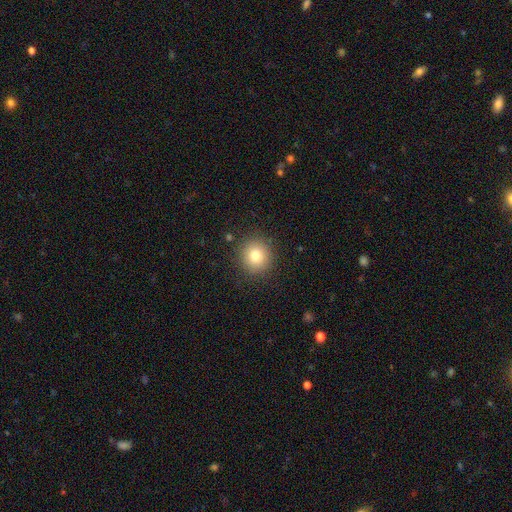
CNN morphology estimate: Smooth or featured?
  - smooth: 79% *
  - star or artifact: 12%
  - featured or disk: 9%
How rounded?
  - round: 92% *
  - in between: 7%
  - cigar-shaped: 1%
Merging?
  - none: 90% *
  - minor disturbance: 7%
  - major disturbance: 2%
  - merger: 1%